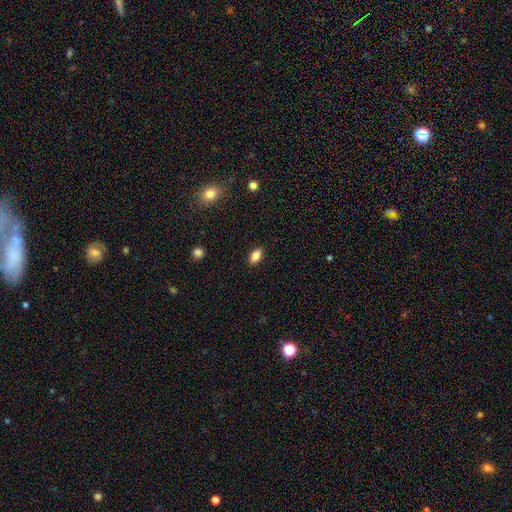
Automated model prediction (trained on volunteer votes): Morphology: type=smooth (85%); roundness=in between (89%); merging=none (88%).